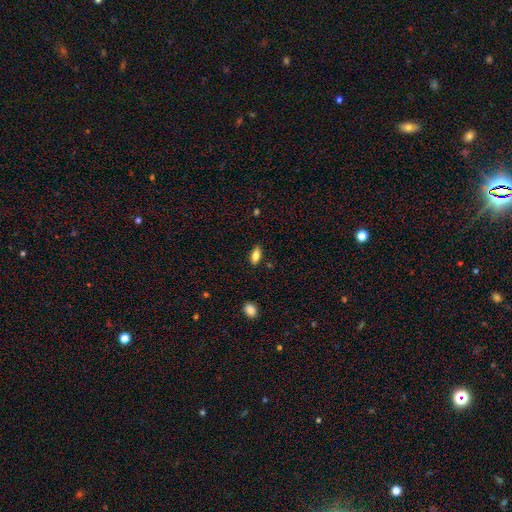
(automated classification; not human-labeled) Smooth or featured? Predicted: smooth (p=0.75). How rounded? Predicted: in between (p=0.83). Merging? Predicted: none (p=0.85).